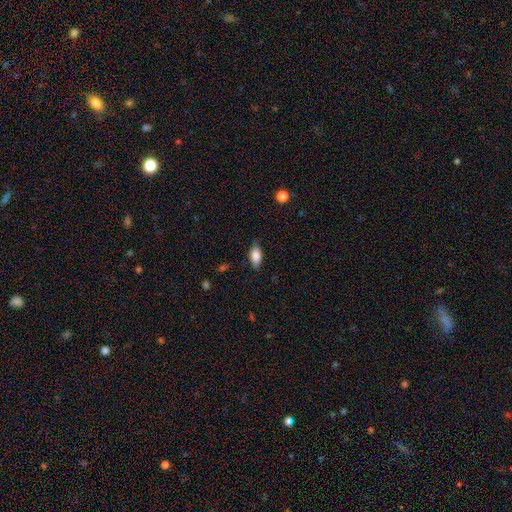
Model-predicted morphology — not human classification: Q: Smooth or featured?
A: smooth (80%); runner-up: featured or disk (13%)
Q: How rounded?
A: in between (85%); runner-up: cigar-shaped (11%)
Q: Merging?
A: none (81%); runner-up: minor disturbance (15%)